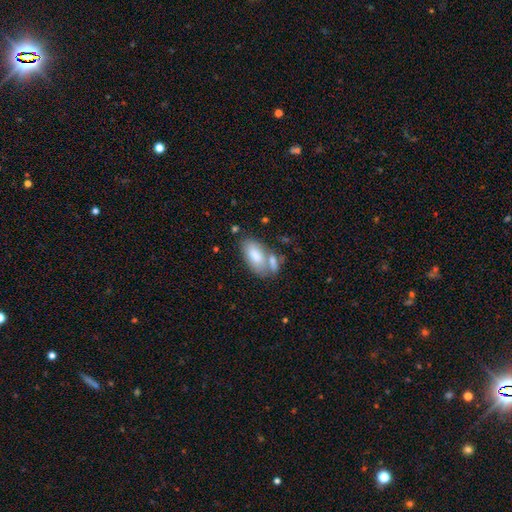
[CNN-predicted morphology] Q: Smooth or featured?
A: smooth (79%); runner-up: featured or disk (15%)
Q: How rounded?
A: in between (92%); runner-up: cigar-shaped (4%)
Q: Merging?
A: none (47%); runner-up: merger (33%)